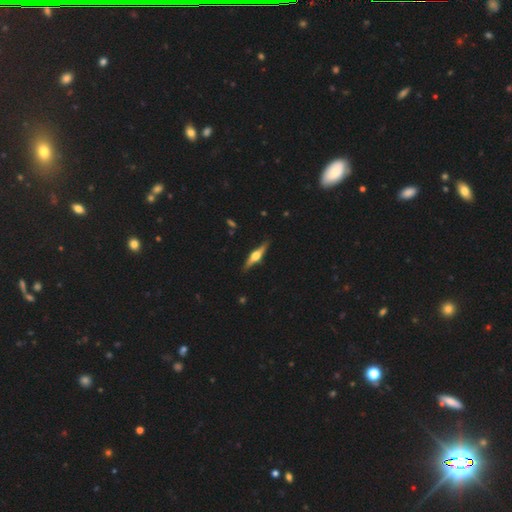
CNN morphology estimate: smooth-or-featured: featured or disk: 77% | smooth: 18% | star or artifact: 5%
  disk-edge-on: yes: 97% | no: 3%
    edge-on-bulge: rounded: 94% | boxy: 4% | none: 2%
  merging: none: 89% | minor disturbance: 8% | major disturbance: 2% | merger: 1%